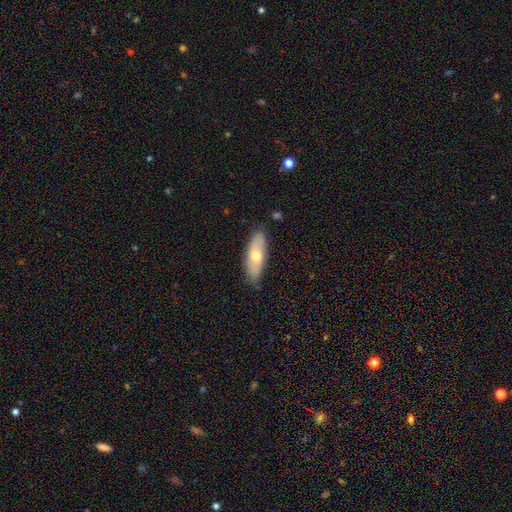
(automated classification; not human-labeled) Morphology: type=smooth (63%); roundness=in between (62%); merging=none (82%).